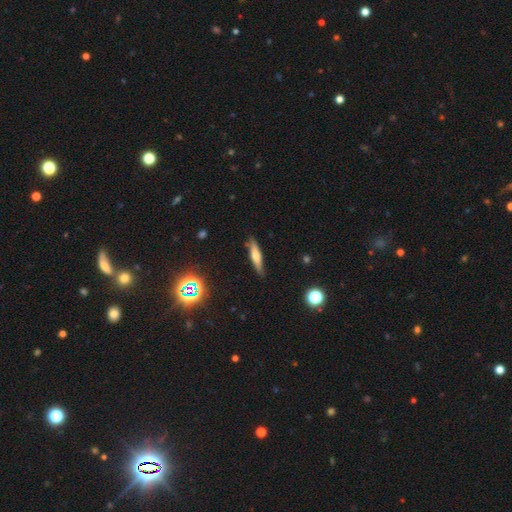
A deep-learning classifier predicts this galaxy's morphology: smooth-or-featured: smooth: 50% | featured or disk: 40% | star or artifact: 10%
  how-rounded: cigar-shaped: 83% | in between: 15% | round: 2%
  merging: none: 84% | minor disturbance: 12% | major disturbance: 2% | merger: 2%